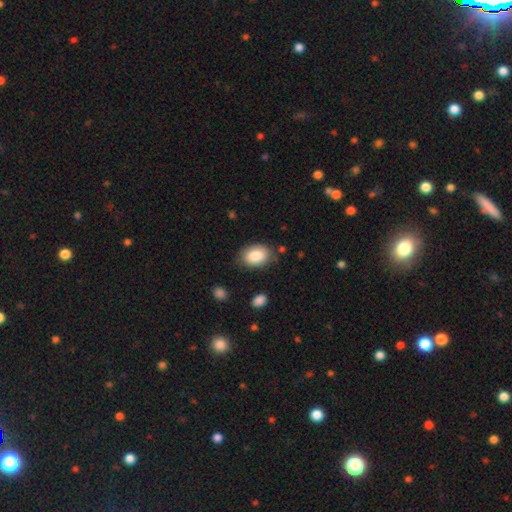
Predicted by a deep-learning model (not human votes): Smooth or featured? Predicted: smooth (p=0.85). How rounded? Predicted: in between (p=0.85). Merging? Predicted: none (p=0.77).